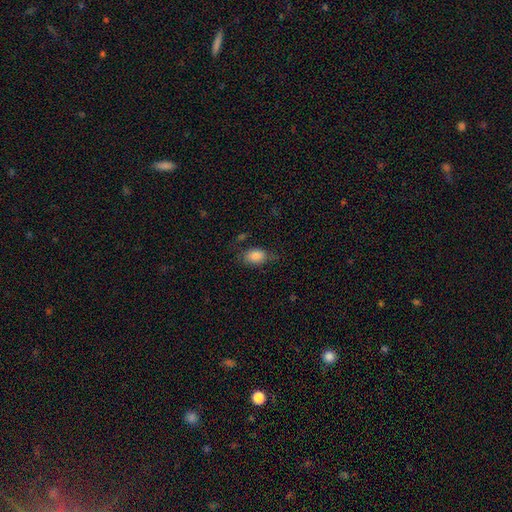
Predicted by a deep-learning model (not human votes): The model was most divided on "merging": none: 60%, minor disturbance: 26%, major disturbance: 11%, merger: 2%. More confident: how rounded — in between (84%); smooth or featured — smooth (84%).